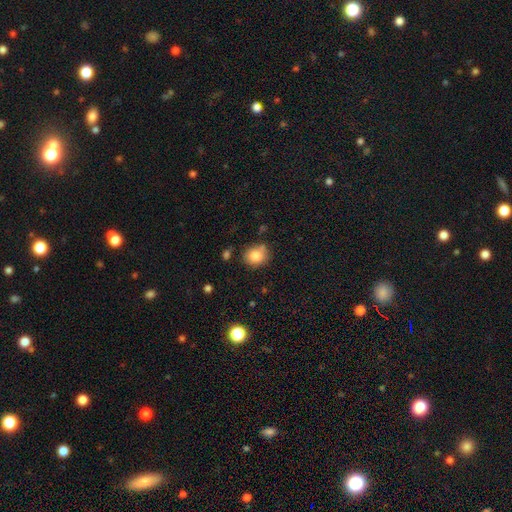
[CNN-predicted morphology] A smooth galaxy with no disk features (82%) that is round (70%). Merging: none (69%).